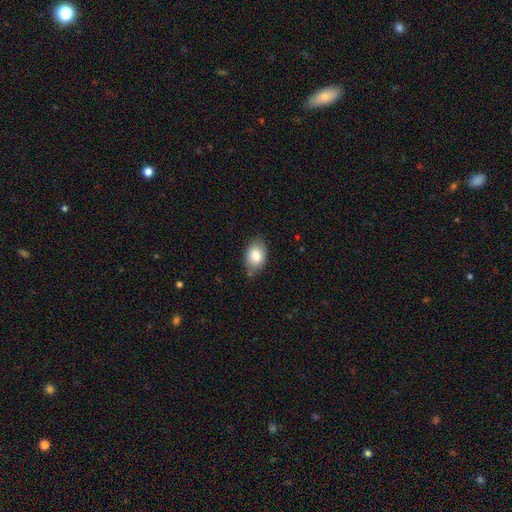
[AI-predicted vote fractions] smooth 83%, featured or disk 10%, star or artifact 7%. Down the decision tree: how rounded — in between (87%); merging — none (78%).